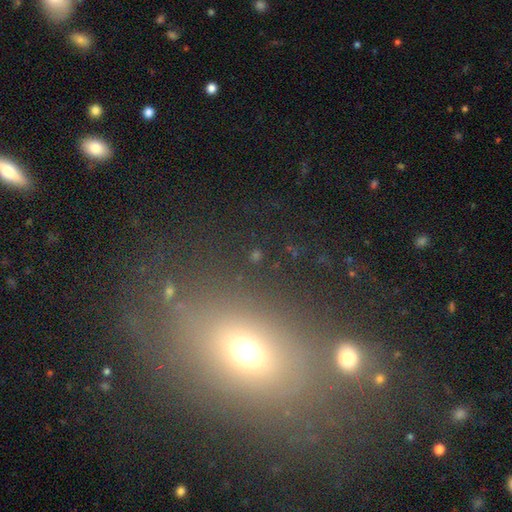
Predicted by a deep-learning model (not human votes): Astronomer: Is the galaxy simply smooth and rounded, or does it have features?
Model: star or artifact — 43%, tied with smooth at 43%.